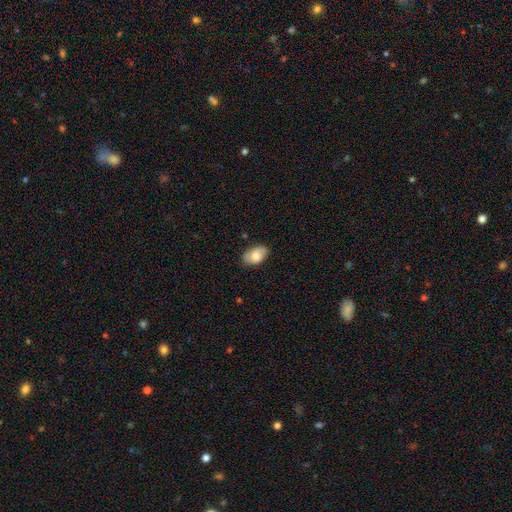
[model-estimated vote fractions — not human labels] Q: Smooth or featured?
A: smooth (78%); runner-up: featured or disk (15%)
Q: How rounded?
A: in between (91%); runner-up: round (7%)
Q: Merging?
A: none (78%); runner-up: minor disturbance (18%)